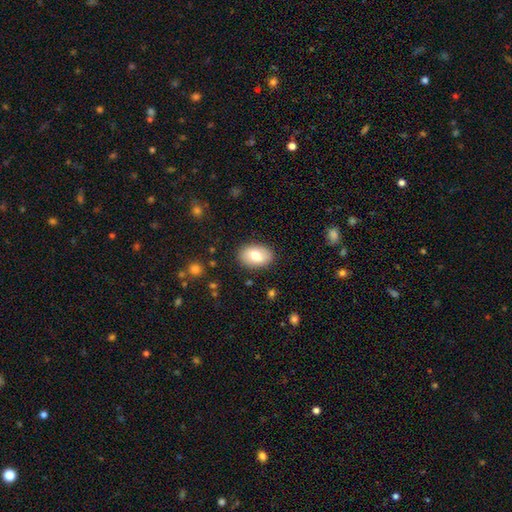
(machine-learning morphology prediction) This appears to be a smooth galaxy with no disk features (76%) that is in between round and cigar-shaped (85%). Merging: none (87%).